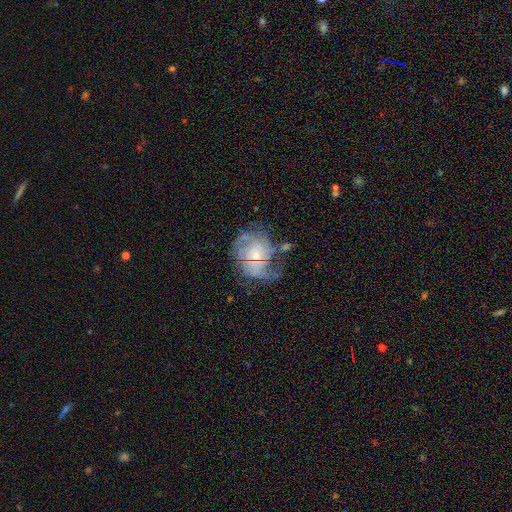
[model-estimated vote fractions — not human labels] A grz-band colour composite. It shows a featured or disk galaxy (75%) with no bar (68%), tight (48%) spiral arms (85%) and a small central bulge (61%). Merging: none (49%).